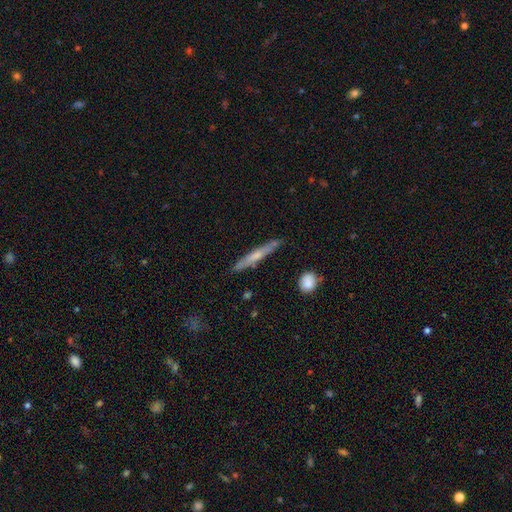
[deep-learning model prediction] smooth-or-featured: smooth: 47% (tied) | featured or disk: 47% (tied) | star or artifact: 6%
  merging: none: 85% | minor disturbance: 11% | merger: 2% | major disturbance: 2%